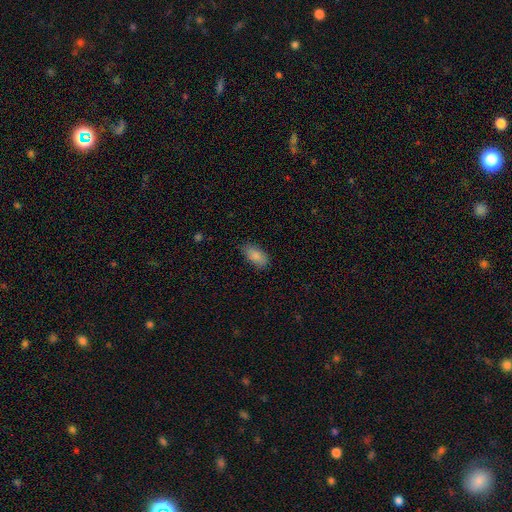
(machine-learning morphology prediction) Q: Smooth or featured?
A: smooth (87%); runner-up: star or artifact (7%)
Q: How rounded?
A: in between (89%); runner-up: cigar-shaped (8%)
Q: Merging?
A: none (82%); runner-up: minor disturbance (14%)